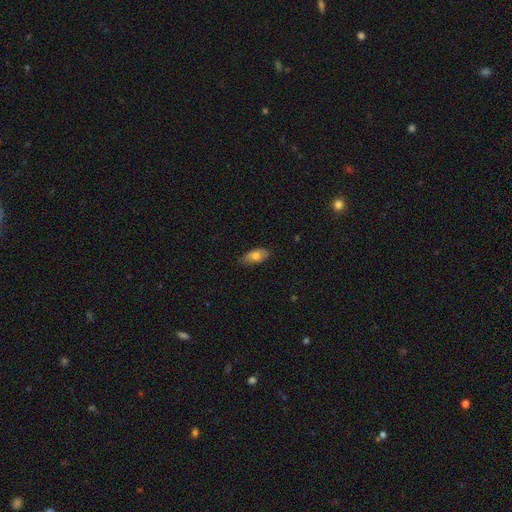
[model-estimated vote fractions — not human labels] Smooth or featured?
  - smooth: 71% *
  - featured or disk: 22%
  - star or artifact: 7%
How rounded?
  - in between: 89% *
  - cigar-shaped: 7%
  - round: 4%
Merging?
  - none: 75% *
  - minor disturbance: 21%
  - major disturbance: 3%
  - merger: 1%